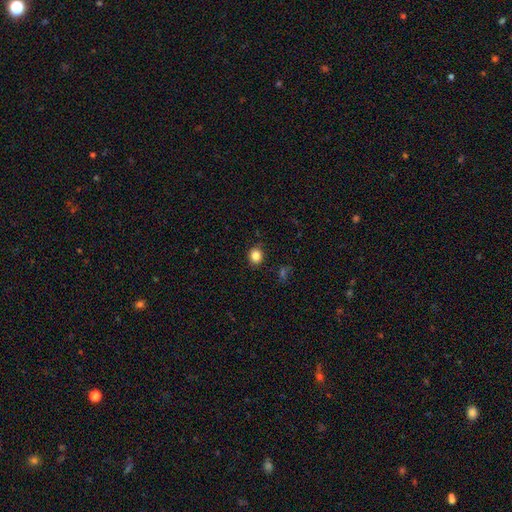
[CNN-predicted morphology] A smooth galaxy with no disk features (84%) that is round (74%). Merging: none (88%).